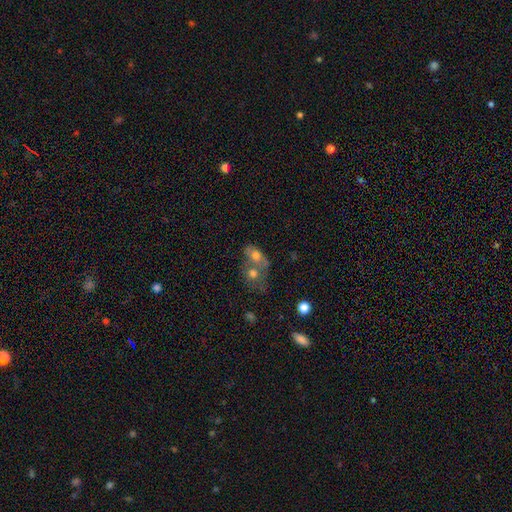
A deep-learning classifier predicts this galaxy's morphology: Smooth or featured?
  - smooth: 67% *
  - featured or disk: 23%
  - star or artifact: 10%
How rounded?
  - in between: 67% *
  - round: 30%
  - cigar-shaped: 3%
Merging?
  - merger: 62% *
  - none: 22%
  - minor disturbance: 9%
  - major disturbance: 7%